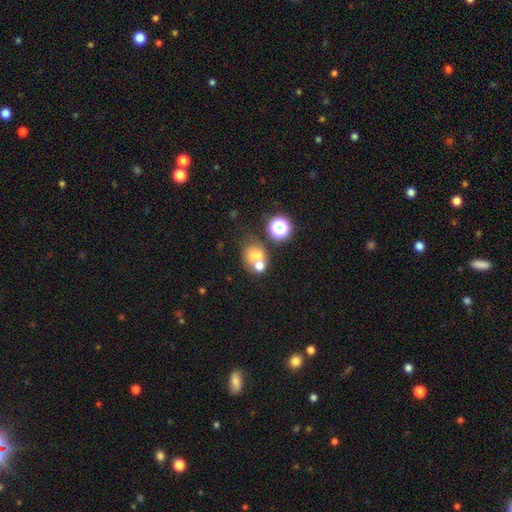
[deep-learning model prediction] smooth 59%, featured or disk 22%, star or artifact 19%. Down the decision tree: how rounded — round (62%); merging — merger (45%).